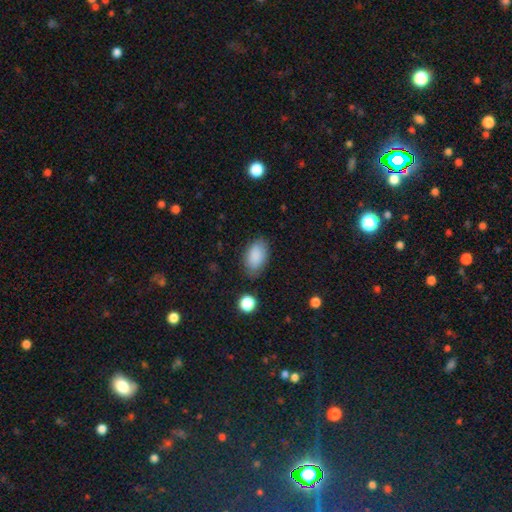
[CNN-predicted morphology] smooth 88%, star or artifact 7%, featured or disk 5%. Down the decision tree: how rounded — in between (93%); merging — none (79%).